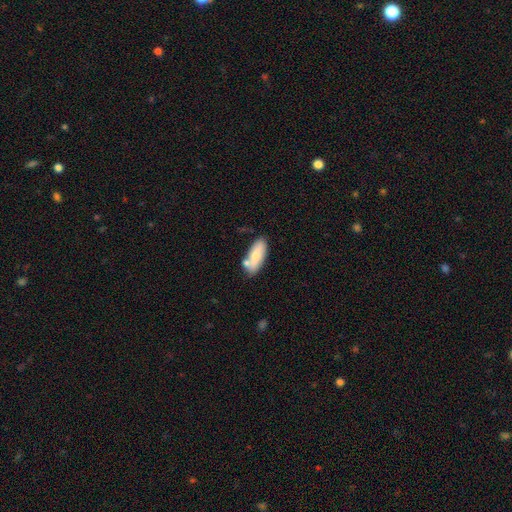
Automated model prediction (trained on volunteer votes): Smooth or featured: smooth — 74% (featured or disk — 20%)
How rounded: in between — 73% (cigar-shaped — 25%)
Merging: none — 65% (minor disturbance — 16%)